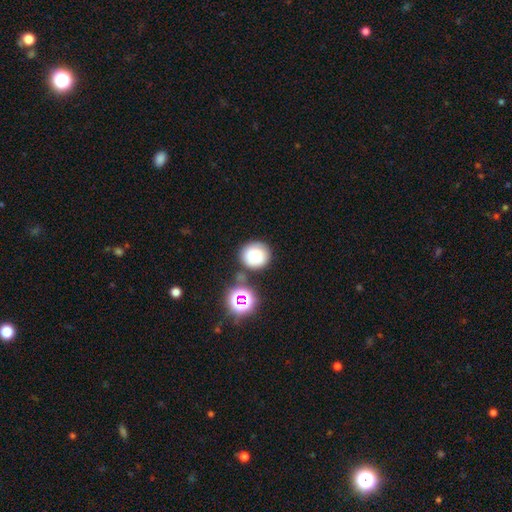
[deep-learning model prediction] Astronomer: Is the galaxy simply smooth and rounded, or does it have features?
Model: smooth — 77%.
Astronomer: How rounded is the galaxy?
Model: round — 90%.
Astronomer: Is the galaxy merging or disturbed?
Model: none — 75%.